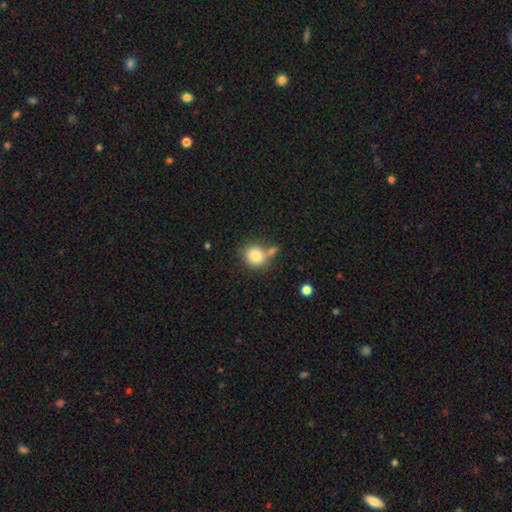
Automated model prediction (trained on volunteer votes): This appears to be a smooth galaxy with no disk features (83%) that is round (82%). Merging: none (57%).